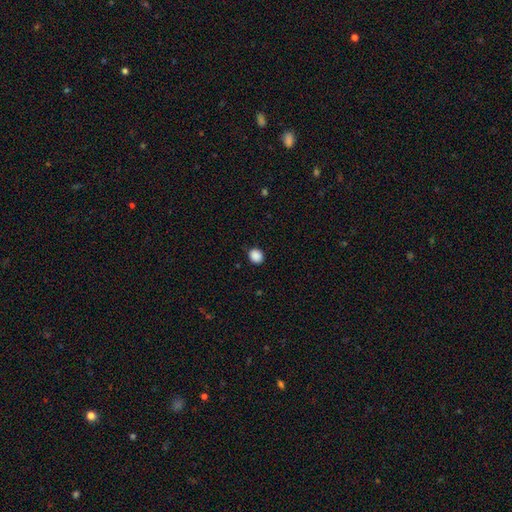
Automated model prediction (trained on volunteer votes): This is clearly a smooth galaxy (89%). How rounded: likely round (68%). Merging: clearly none (90%).